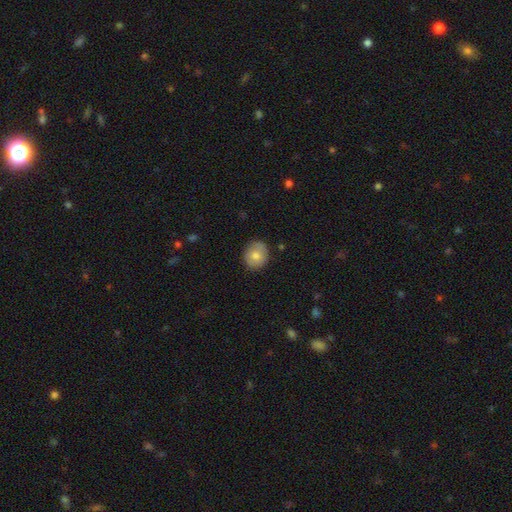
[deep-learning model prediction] A smooth galaxy with no disk features (76%) that is round (70%). Merging: none (82%).